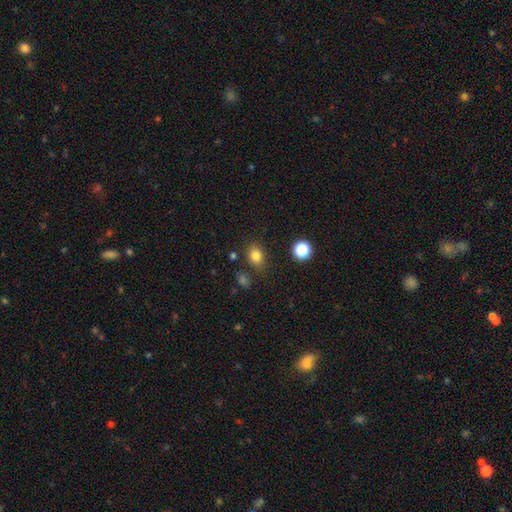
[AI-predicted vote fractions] This is clearly a smooth galaxy (81%). How rounded: possibly in between (55%). Merging: likely none (80%).